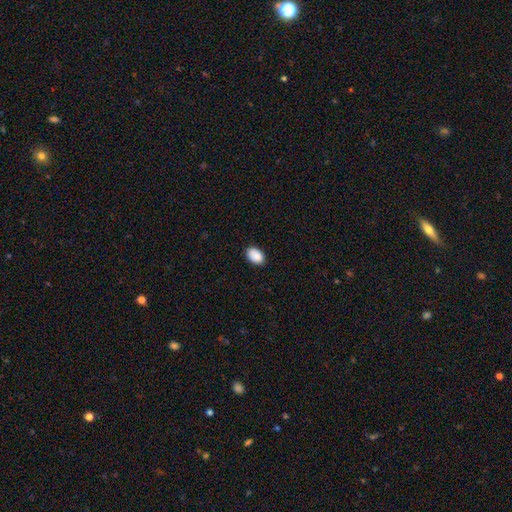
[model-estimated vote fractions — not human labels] smooth-or-featured: smooth: 89% | star or artifact: 7% | featured or disk: 4%
  how-rounded: in between: 87% | round: 12% | cigar-shaped: 1%
  merging: none: 84% | minor disturbance: 13% | major disturbance: 2% | merger: 1%